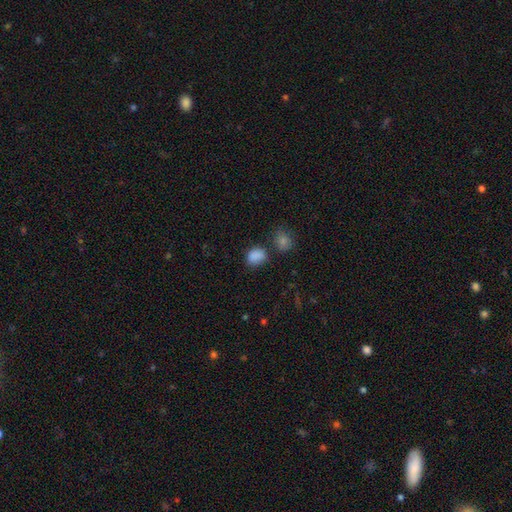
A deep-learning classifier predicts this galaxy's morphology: Smooth or featured? Predicted: smooth (p=0.84). How rounded? Predicted: in between (p=0.63). Merging? Predicted: none (p=0.63).